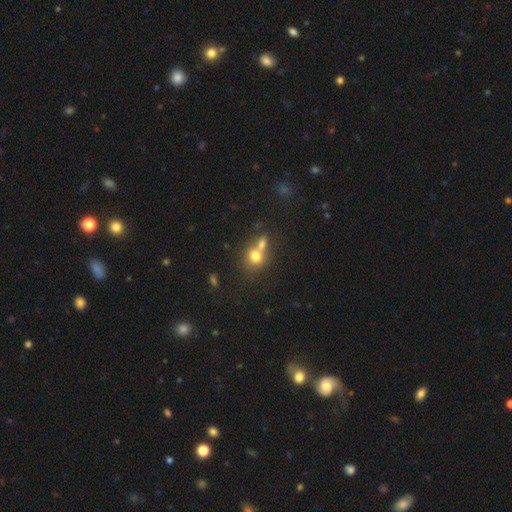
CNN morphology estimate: smooth 73%, featured or disk 15%, star or artifact 12%. Down the decision tree: how rounded — round (70%); merging — merger (57%).